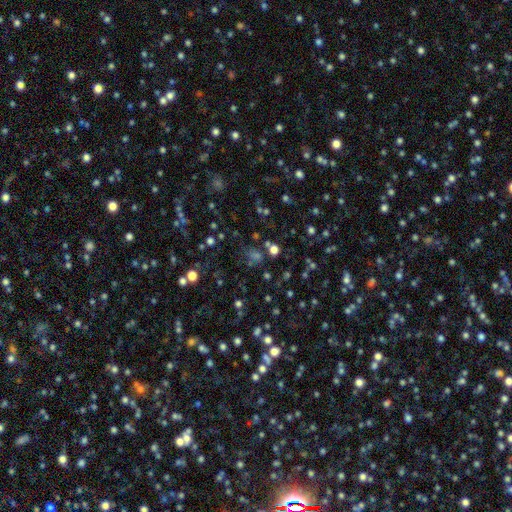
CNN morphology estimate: A star or artifact, not a galaxy (71%).